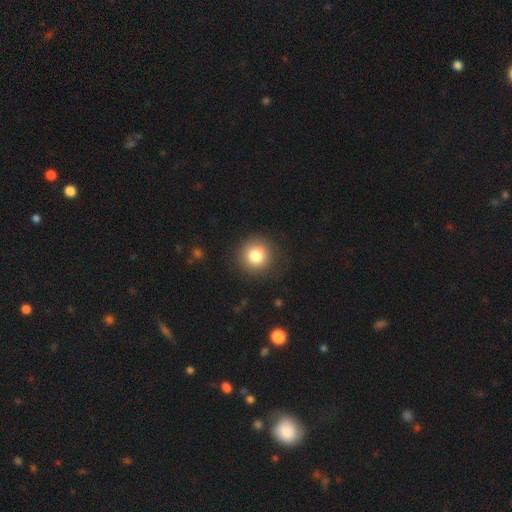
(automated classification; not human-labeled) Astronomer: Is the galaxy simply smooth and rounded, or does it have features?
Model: smooth — 82%.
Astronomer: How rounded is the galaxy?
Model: round — 94%.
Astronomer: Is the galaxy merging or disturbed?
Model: none — 89%.